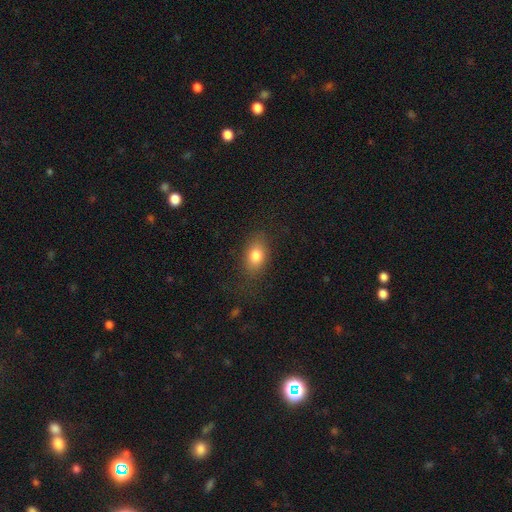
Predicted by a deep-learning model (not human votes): smooth_or_featured: smooth (p=0.80) [alt: featured or disk p=0.11]
how_rounded: in between (p=0.80) [alt: round p=0.17]
merging: none (p=0.77) [alt: minor disturbance p=0.15]